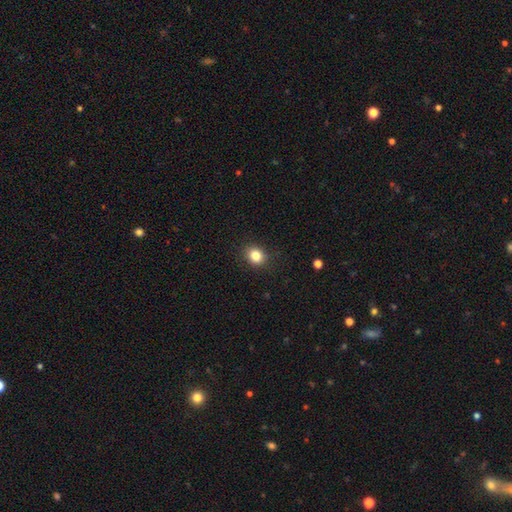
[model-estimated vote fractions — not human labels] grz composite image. It shows a smooth galaxy with no disk features (83%) that is round (69%). Merging: none (88%).